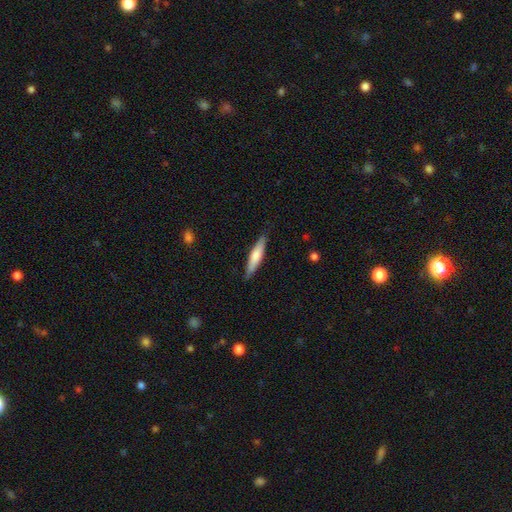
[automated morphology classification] Smooth or featured? smooth (66%)
How rounded? cigar-shaped (84%)
Merging? none (86%)